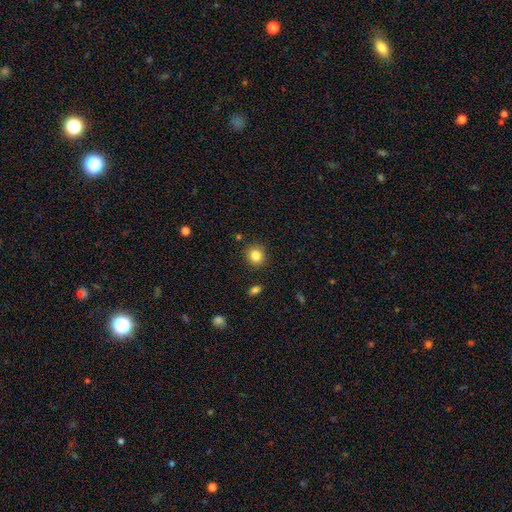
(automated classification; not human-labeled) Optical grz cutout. It shows a smooth galaxy with no disk features (84%) that is round (87%). Merging: none (89%).